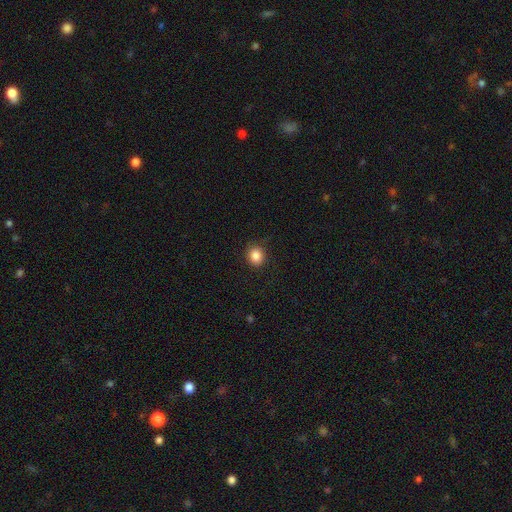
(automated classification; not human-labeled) The model was most divided on "how rounded": round: 75%, in between: 24%, cigar-shaped: 1%. More confident: smooth or featured — smooth (87%); merging — none (85%).